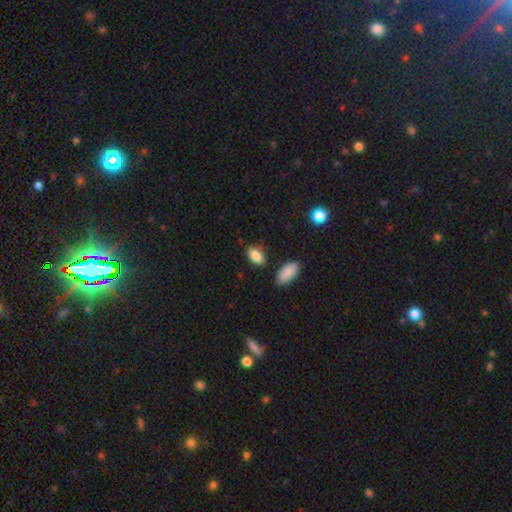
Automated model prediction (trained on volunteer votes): A smooth galaxy with no disk features (85%) that is in between round and cigar-shaped (90%). Merging: none (80%).